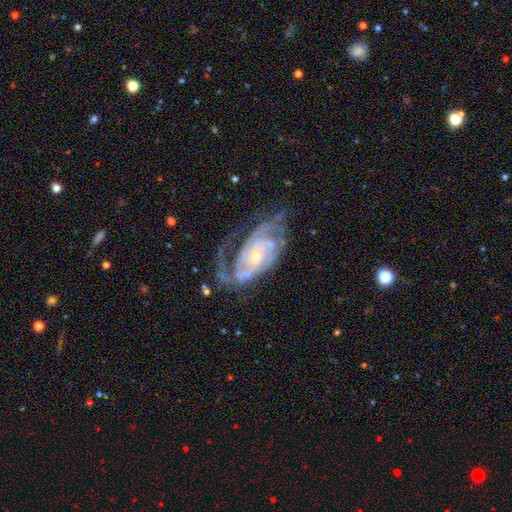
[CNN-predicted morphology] Smooth or featured?
  - featured or disk: 88% *
  - smooth: 7%
  - star or artifact: 5%
Edge-on disk?
  - no: 96% *
  - yes: 4%
Bar?
  - no: 68% *
  - weak: 25%
  - strong: 7%
Spiral arms?
  - yes: 95% *
  - no: 5%
Spiral winding?
  - tight: 56% *
  - medium: 34%
  - loose: 10%
Spiral arm count?
  - 2: 36% *
  - can't tell: 27%
  - 3: 18%
  - 1: 8%
  - 4: 6%
  - more than 4: 5%
Bulge size?
  - small: 70% *
  - moderate: 26%
  - large: 2%
  - none: 2%
  - dominant: 1%
Merging?
  - none: 51% *
  - major disturbance: 24%
  - minor disturbance: 22%
  - merger: 3%